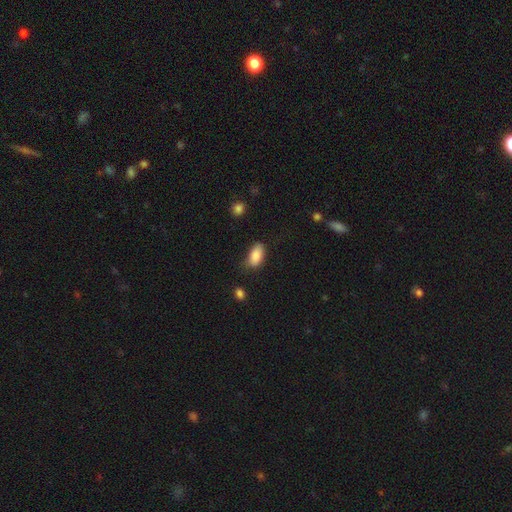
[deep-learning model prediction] This appears to be a smooth galaxy with no disk features (86%) that is in between round and cigar-shaped (92%). Merging: none (62%).